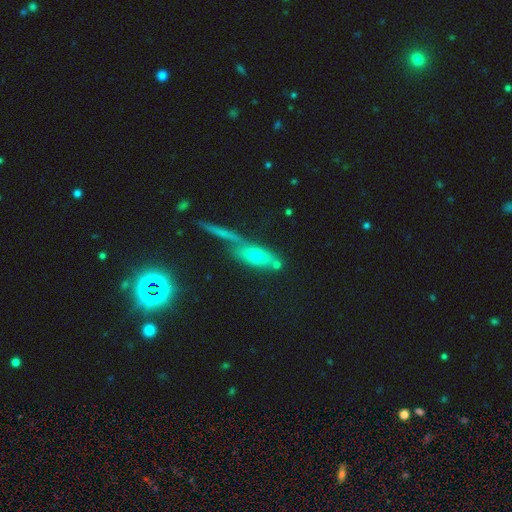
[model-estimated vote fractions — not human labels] smooth_or_featured: smooth (p=0.58) [alt: featured or disk p=0.28]
how_rounded: in between (p=0.56) [alt: cigar-shaped p=0.33]
merging: none (p=0.50) [alt: merger p=0.26]